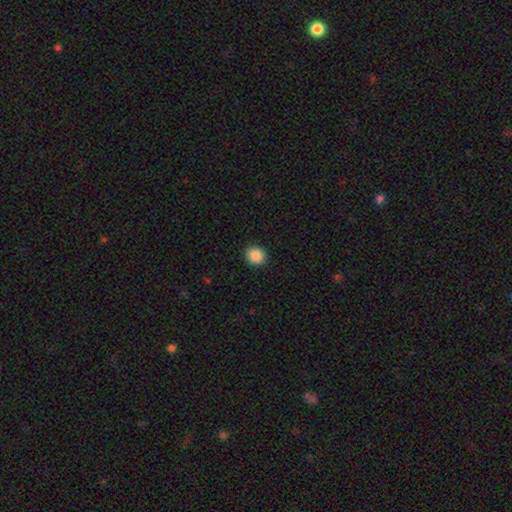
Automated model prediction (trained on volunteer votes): smooth_or_featured: smooth (p=0.88) [alt: star or artifact p=0.09]
how_rounded: round (p=0.81) [alt: in between p=0.18]
merging: none (p=0.92) [alt: minor disturbance p=0.06]